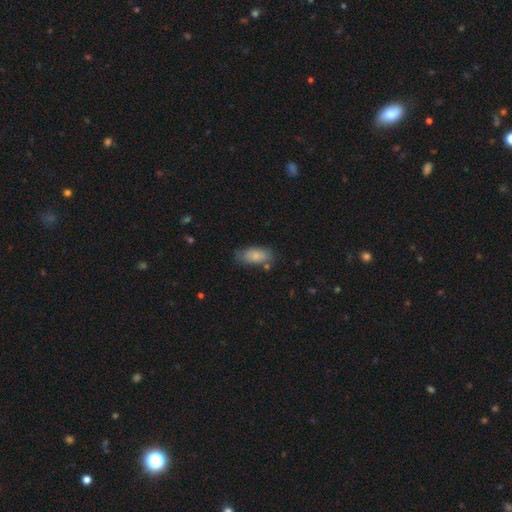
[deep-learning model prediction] smooth-or-featured: smooth: 80% | featured or disk: 13% | star or artifact: 7%
  how-rounded: in between: 89% | cigar-shaped: 8% | round: 3%
  merging: none: 66% | minor disturbance: 23% | merger: 6% | major disturbance: 6%